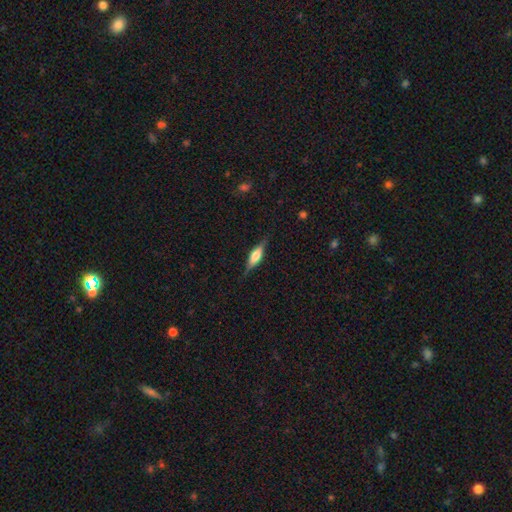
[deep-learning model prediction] Smooth or featured?
  - featured or disk: 54% *
  - smooth: 39%
  - star or artifact: 7%
Edge-on disk?
  - yes: 95% *
  - no: 5%
Edge-on bulge?
  - rounded: 76% *
  - boxy: 20%
  - none: 4%
Merging?
  - none: 83% *
  - minor disturbance: 13%
  - major disturbance: 3%
  - merger: 1%